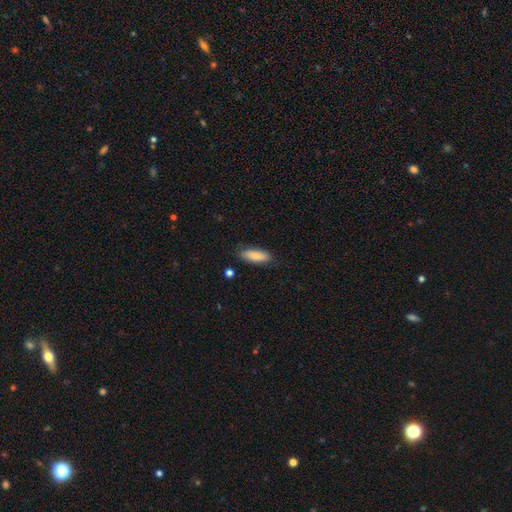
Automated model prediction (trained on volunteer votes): Smooth or featured? smooth (82%)
How rounded? in between (65%)
Merging? none (82%)